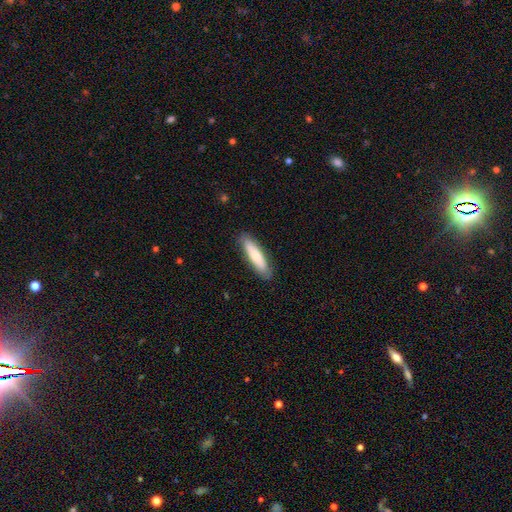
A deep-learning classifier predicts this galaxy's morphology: This appears to be a smooth galaxy with no disk features (69%) that is cigar-shaped (71%). Merging: none (86%).